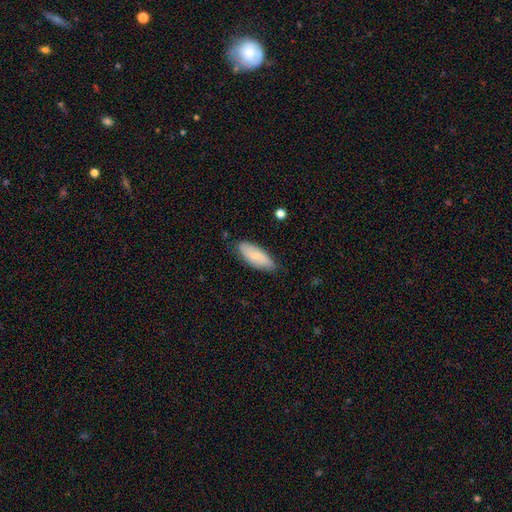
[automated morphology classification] This is likely a smooth galaxy (65%). How rounded: likely in between (78%). Merging: likely none (78%).